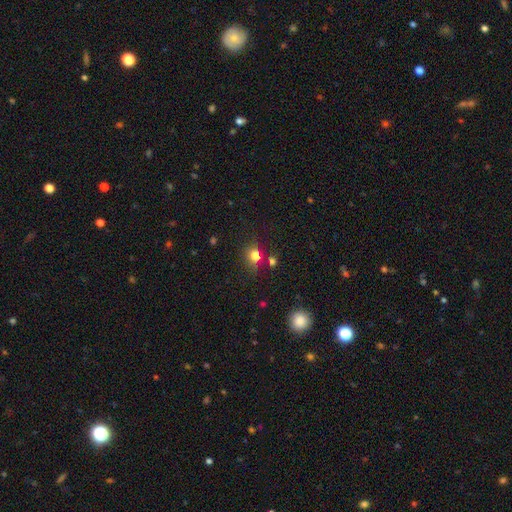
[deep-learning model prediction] This appears to be a smooth galaxy with no disk features (75%) that is round (69%). Merging: none (68%).